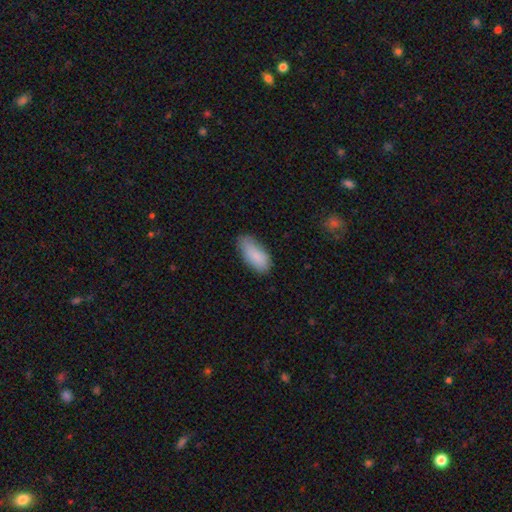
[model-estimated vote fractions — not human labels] smooth-or-featured: smooth: 87% | star or artifact: 6% | featured or disk: 6%
  how-rounded: in between: 87% | cigar-shaped: 11% | round: 2%
  merging: none: 68% | minor disturbance: 26% | major disturbance: 5% | merger: 1%